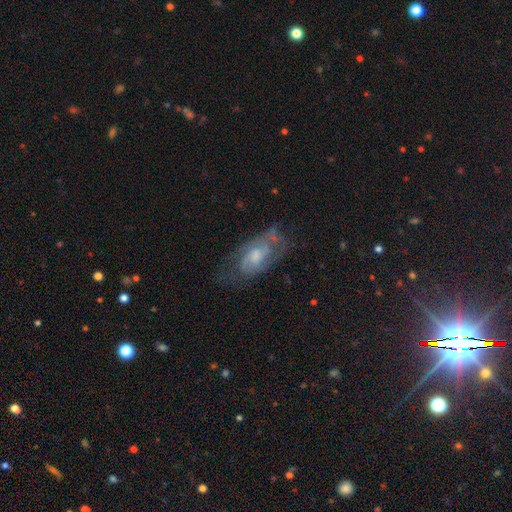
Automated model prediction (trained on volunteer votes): A featured or disk galaxy (70%) with no bar (62%), 2 (53%) medium (44%) spiral arms (81%) and a moderate central bulge (49%).

Vote fractions:
- Smooth or featured? featured or disk: 70% / smooth: 23% / star or artifact: 8%
- Edge-on disk? no: 93% / yes: 7%
- Bar? no: 62% / weak: 33% / strong: 4%
- Spiral arms? yes: 81% / no: 19%
- Spiral winding? medium: 44% / tight: 39% / loose: 17%
- Spiral arm count? 2: 53% / can't tell: 32% / 1: 6% / 3: 6% / 4: 2% / more than 4: 2%
- Bulge size? moderate: 49% / small: 30% / none: 10% / large: 9% / dominant: 1%
- Merging? none: 55% / minor disturbance: 26% / major disturbance: 17% / merger: 2%